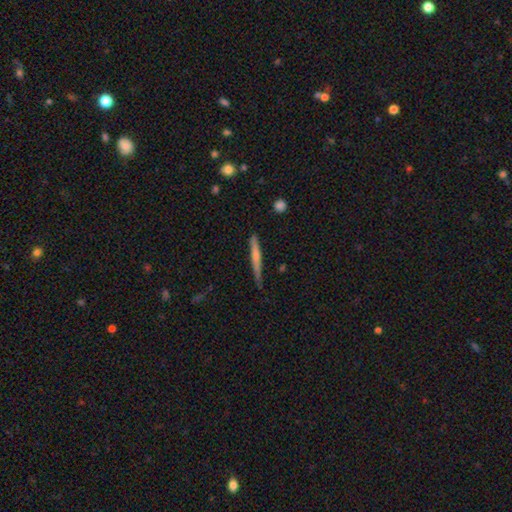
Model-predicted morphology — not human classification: A smooth galaxy with no disk features (55%) that is cigar-shaped (95%). Merging: none (77%).